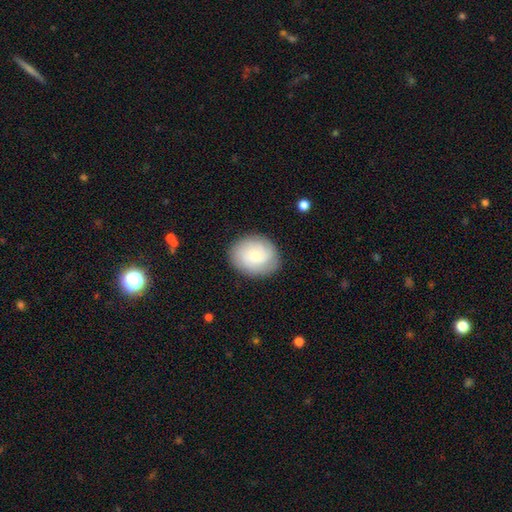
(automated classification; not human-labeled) The model was most divided on "smooth or featured": smooth: 51%, featured or disk: 42%, star or artifact: 7%. More confident: merging — none (84%); how rounded — round (60%).